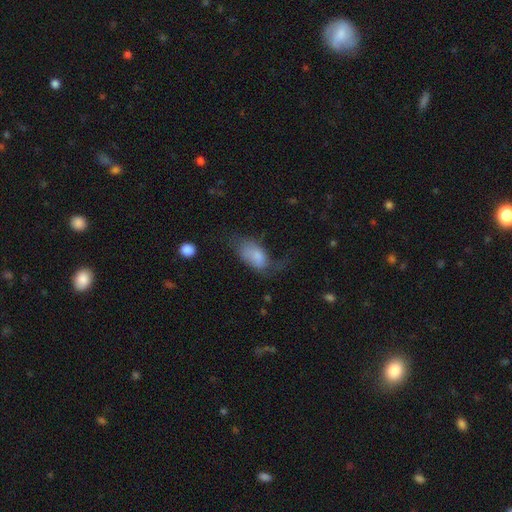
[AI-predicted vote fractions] Smooth or featured? Predicted: smooth (p=0.73). How rounded? Predicted: in between (p=0.92). Merging? Predicted: major disturbance (p=0.39).